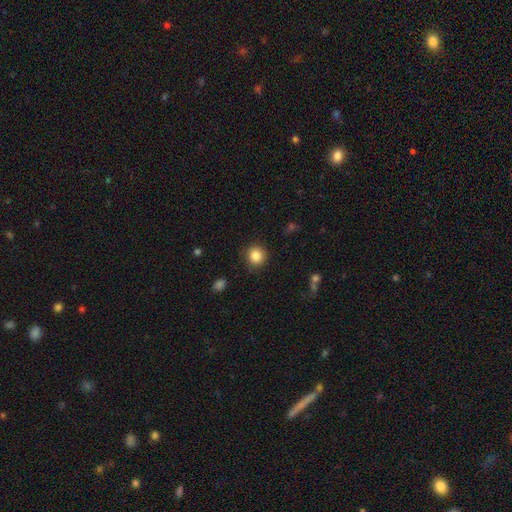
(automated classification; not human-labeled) The model was most divided on "smooth or featured": smooth: 85%, star or artifact: 10%, featured or disk: 5%. More confident: how rounded — round (90%); merging — none (87%).